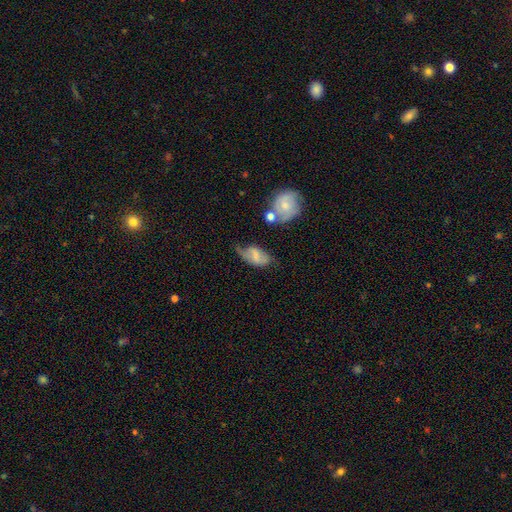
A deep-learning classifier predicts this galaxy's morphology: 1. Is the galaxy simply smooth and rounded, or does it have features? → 51% smooth, 41% featured or disk, 8% star or artifact.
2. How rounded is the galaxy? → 89% in between, 8% round, 3% cigar-shaped.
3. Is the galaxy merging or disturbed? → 42% none, 34% minor disturbance, 16% major disturbance, 8% merger.